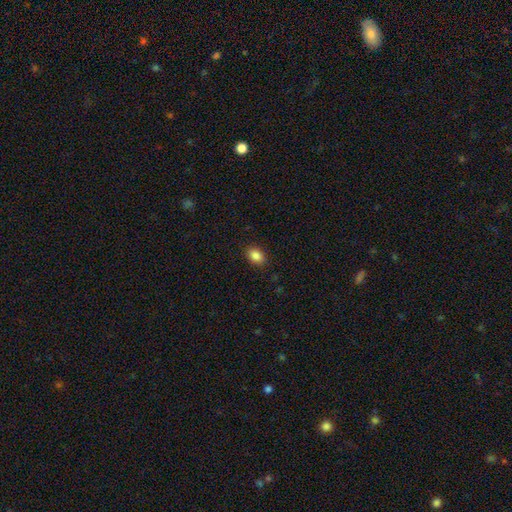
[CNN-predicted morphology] Overall: smooth (86%). How rounded: in between (75%). Merging: none (89%).